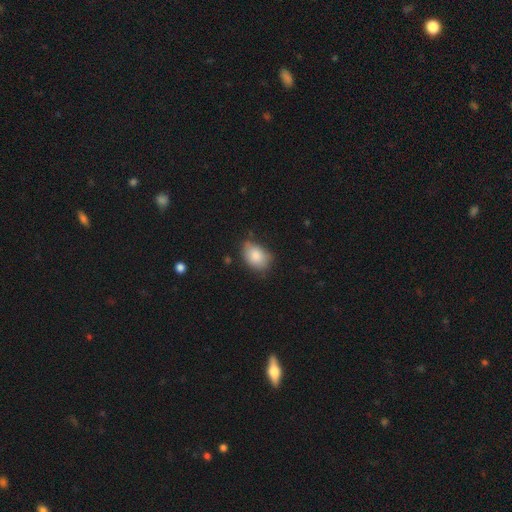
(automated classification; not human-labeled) smooth_or_featured: smooth (p=0.84) [alt: featured or disk p=0.08]
how_rounded: in between (p=0.80) [alt: round p=0.18]
merging: none (p=0.58) [alt: minor disturbance p=0.33]